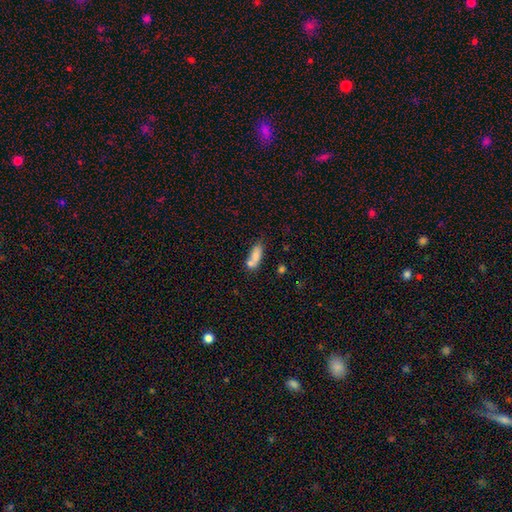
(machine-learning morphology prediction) The model was most divided on "merging": none: 42%, merger: 34%, minor disturbance: 17%, major disturbance: 6%. More confident: smooth or featured — smooth (77%); how rounded — in between (69%).